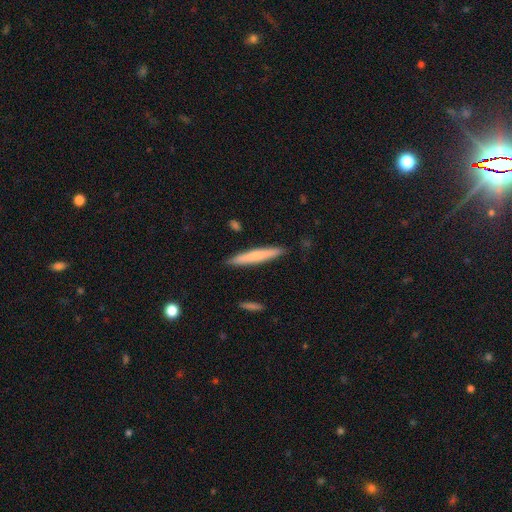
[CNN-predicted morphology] smooth_or_featured: smooth (p=0.66) [alt: featured or disk p=0.28]
how_rounded: cigar-shaped (p=0.95) [alt: in between p=0.04]
merging: none (p=0.89) [alt: minor disturbance p=0.08]